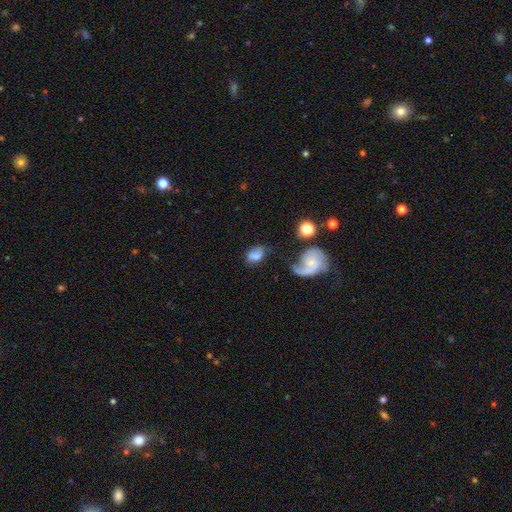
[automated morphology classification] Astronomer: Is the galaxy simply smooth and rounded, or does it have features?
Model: smooth — 54% (runner-up: featured or disk, 36%).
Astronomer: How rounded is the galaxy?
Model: in between — 73%.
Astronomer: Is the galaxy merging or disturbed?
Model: none — 42% (runner-up: minor disturbance, 23%).